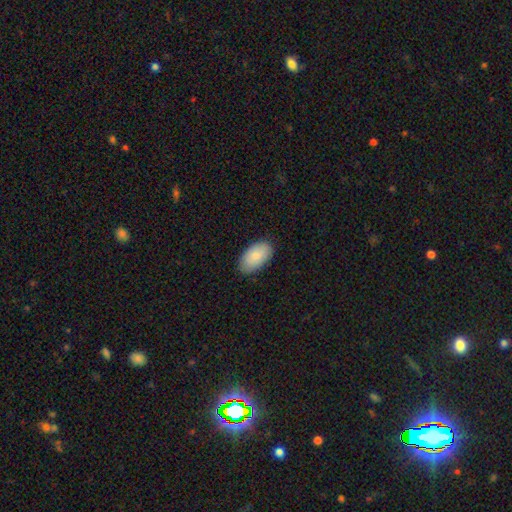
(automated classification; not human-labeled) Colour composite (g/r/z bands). It shows a smooth galaxy with no disk features (86%) that is in between round and cigar-shaped (96%). Merging: none (85%).